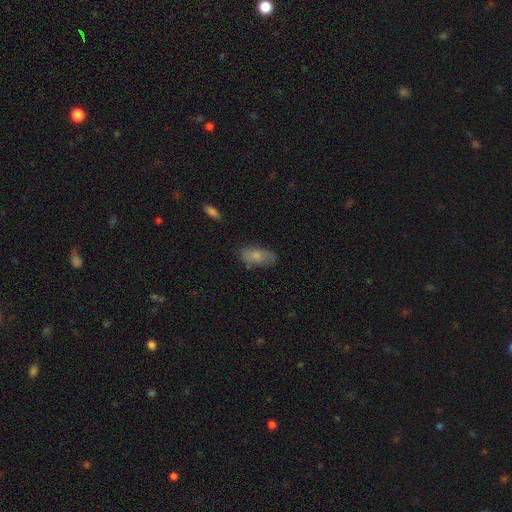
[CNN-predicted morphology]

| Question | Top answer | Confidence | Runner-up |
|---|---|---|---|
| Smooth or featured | smooth | 73% | featured or disk (20%) |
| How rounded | in between | 89% | cigar-shaped (8%) |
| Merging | none | 69% | minor disturbance (23%) |